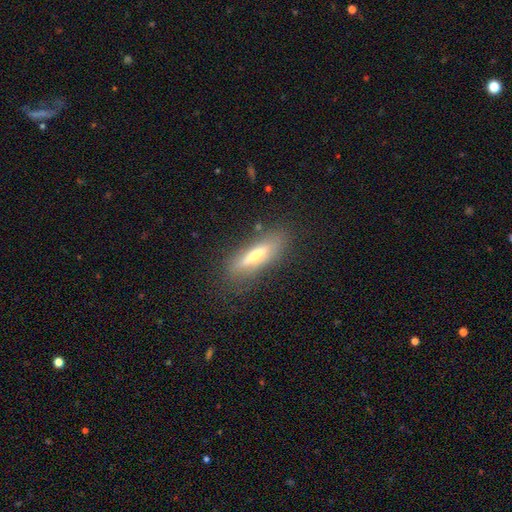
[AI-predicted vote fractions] A smooth galaxy with no disk features (52%) that is cigar-shaped (69%). Merging: none (79%).